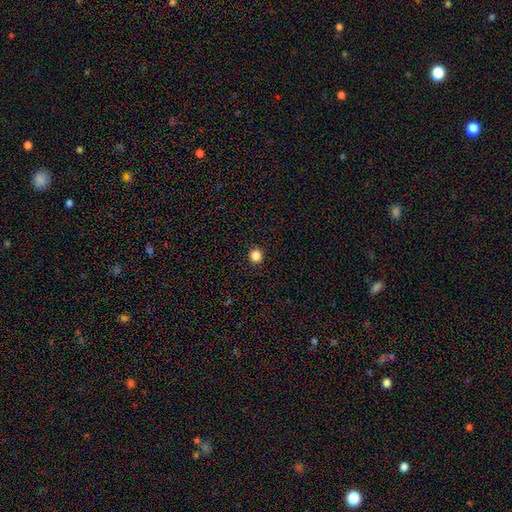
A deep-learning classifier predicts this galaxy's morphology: Smooth or featured? Predicted: smooth (p=0.85). How rounded? Predicted: round (p=0.91). Merging? Predicted: none (p=0.93).